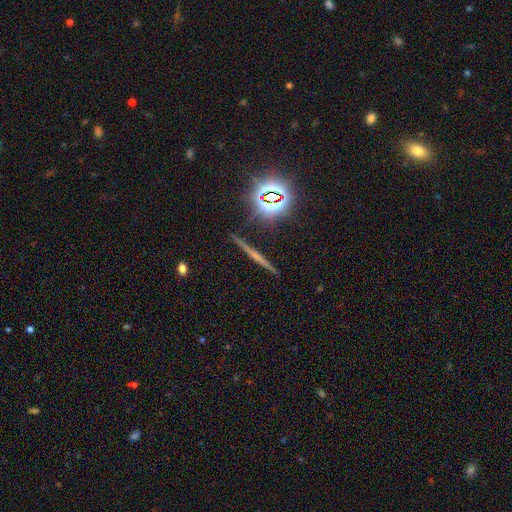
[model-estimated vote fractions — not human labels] Smooth or featured?
  - featured or disk: 43% *
  - smooth: 29%
  - star or artifact: 28%
Merging?
  - none: 90% *
  - minor disturbance: 6%
  - merger: 2%
  - major disturbance: 2%